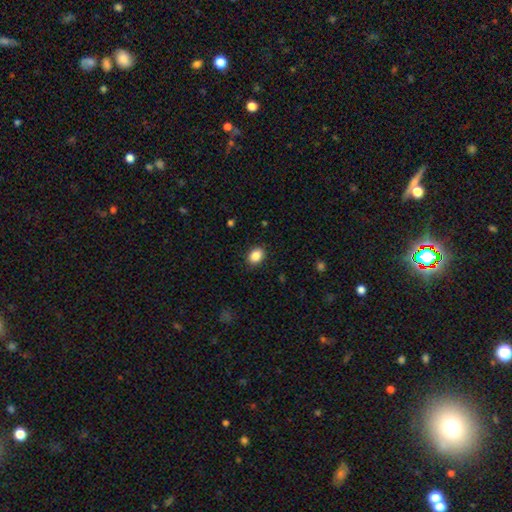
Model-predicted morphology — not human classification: Smooth or featured: smooth — 87% (star or artifact — 9%)
How rounded: in between — 61% (round — 38%)
Merging: none — 89% (minor disturbance — 8%)